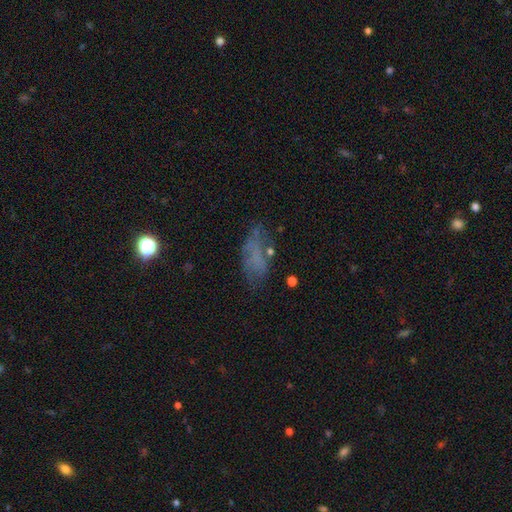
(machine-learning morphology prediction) type=smooth (46%); merging=none (54%).